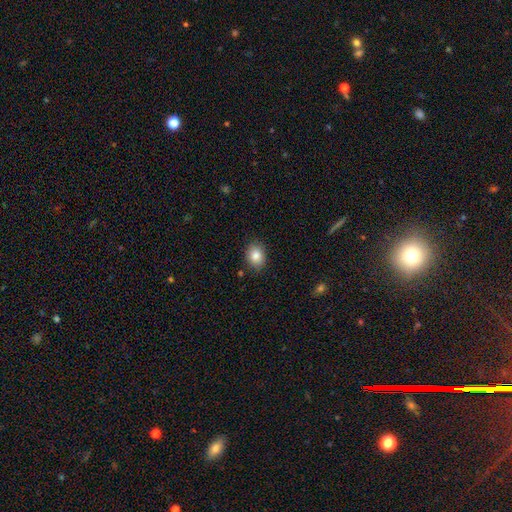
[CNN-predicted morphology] A smooth galaxy with no disk features (85%) that is in between round and cigar-shaped (59%). Merging: none (86%).